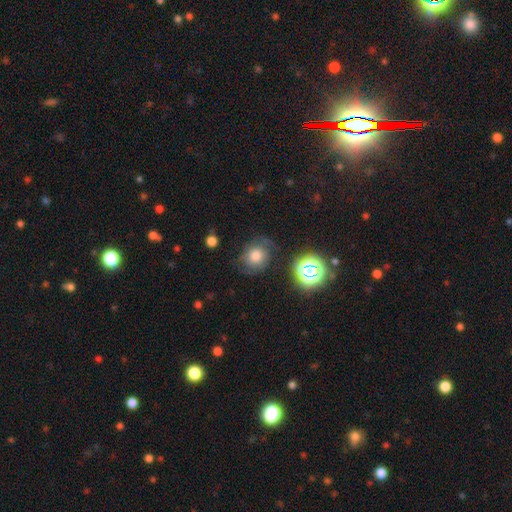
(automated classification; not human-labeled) Smooth or featured? Predicted: smooth (p=0.57). How rounded? Predicted: round (p=0.78). Merging? Predicted: none (p=0.66).